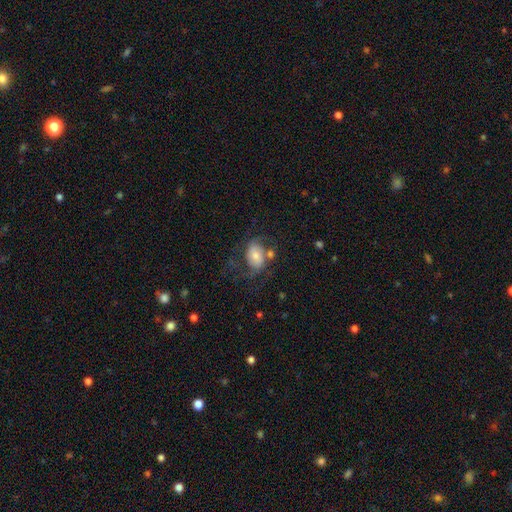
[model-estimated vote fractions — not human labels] Smooth or featured? Predicted: featured or disk (p=0.46). Merging? Predicted: none (p=0.45).